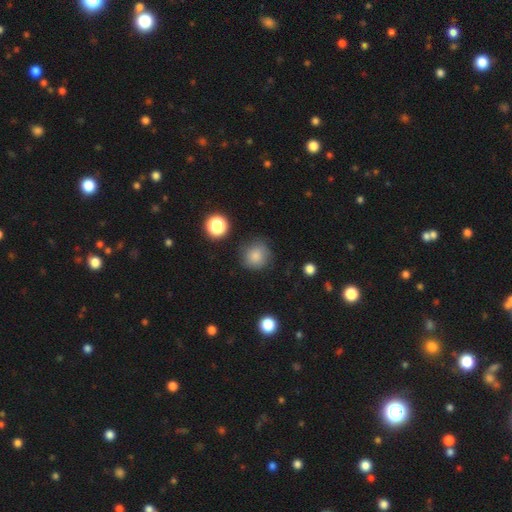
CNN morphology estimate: Smooth or featured: smooth — 82% (star or artifact — 11%)
How rounded: round — 90% (in between — 9%)
Merging: none — 79% (minor disturbance — 15%)